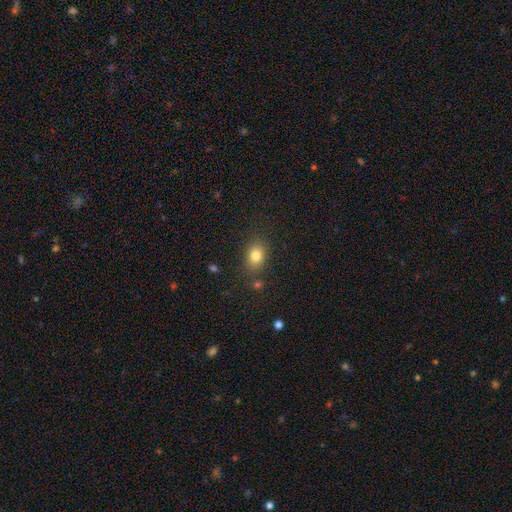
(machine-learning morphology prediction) Overall: smooth (80%). How rounded: in between (60%; round 38%). Merging: none (81%).